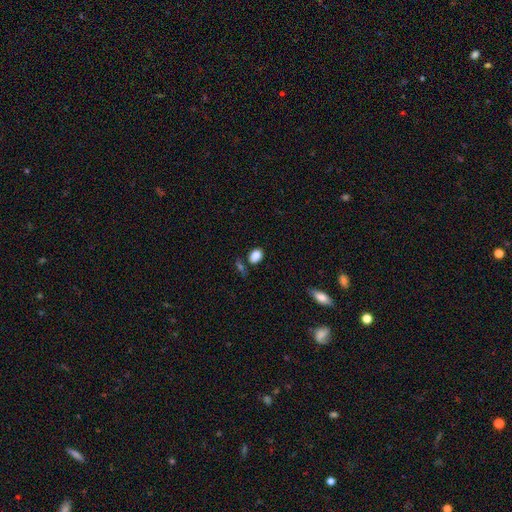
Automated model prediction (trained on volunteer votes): smooth-or-featured: smooth: 86% | star or artifact: 9% | featured or disk: 5%
  how-rounded: in between: 76% | round: 22% | cigar-shaped: 1%
  merging: none: 72% | minor disturbance: 14% | merger: 10% | major disturbance: 5%